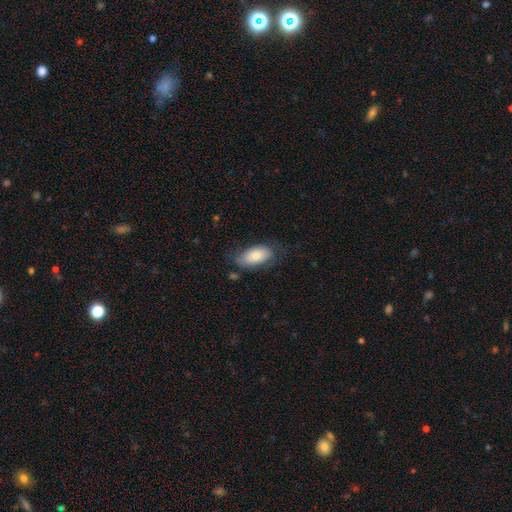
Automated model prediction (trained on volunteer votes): Smooth or featured? smooth (80%)
How rounded? in between (93%)
Merging? none (65%)